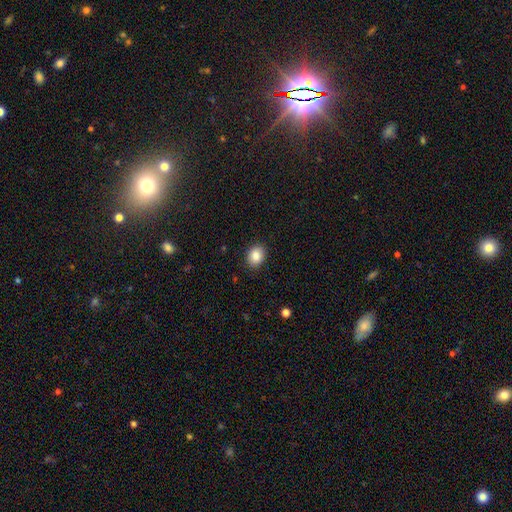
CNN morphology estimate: This is clearly a smooth galaxy (85%). How rounded: possibly in between (56%). Merging: clearly none (89%).